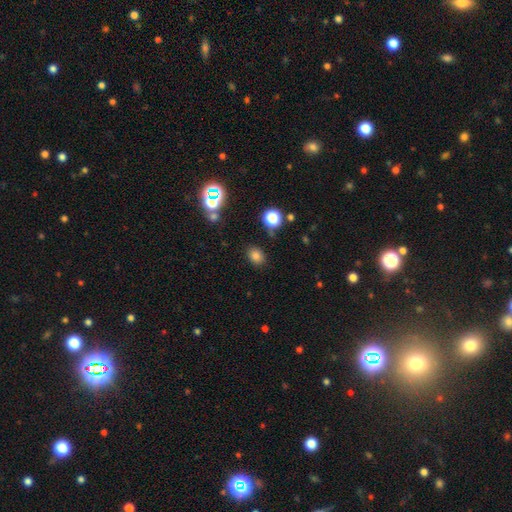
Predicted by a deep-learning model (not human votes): Smooth or featured? Predicted: smooth (p=0.78). How rounded? Predicted: in between (p=0.52). Merging? Predicted: none (p=0.84).